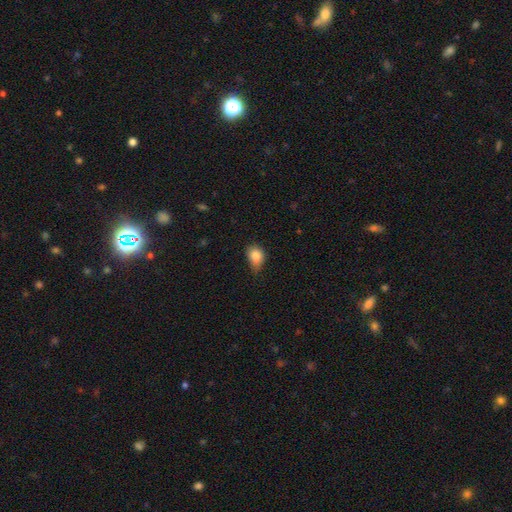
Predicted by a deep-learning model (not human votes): Smooth or featured?
  - smooth: 84% *
  - star or artifact: 9%
  - featured or disk: 7%
How rounded?
  - in between: 59% *
  - round: 40%
  - cigar-shaped: 1%
Merging?
  - none: 46% *
  - minor disturbance: 43%
  - major disturbance: 9%
  - merger: 2%